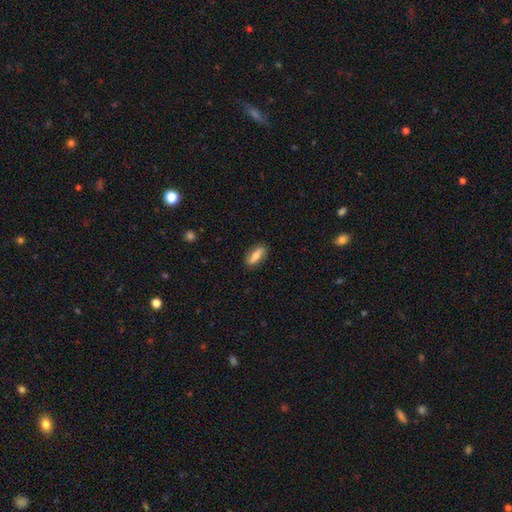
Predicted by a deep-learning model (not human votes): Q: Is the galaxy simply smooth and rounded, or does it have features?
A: smooth — 60%.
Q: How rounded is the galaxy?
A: in between — 66%.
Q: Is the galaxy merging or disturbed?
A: none — 85%.